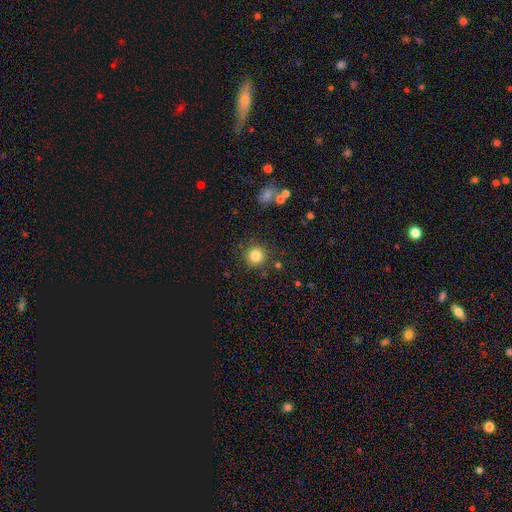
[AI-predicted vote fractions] Morphology: type=smooth (83%); roundness=round (94%); merging=none (87%).